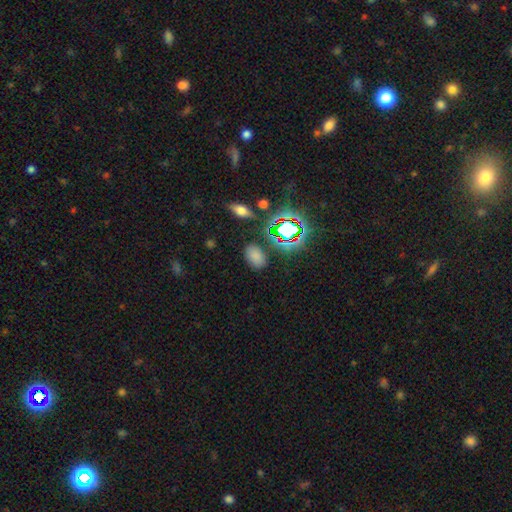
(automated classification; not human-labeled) Q: Smooth or featured?
A: smooth (71%); runner-up: star or artifact (22%)
Q: How rounded?
A: in between (86%); runner-up: round (12%)
Q: Merging?
A: none (82%); runner-up: minor disturbance (12%)